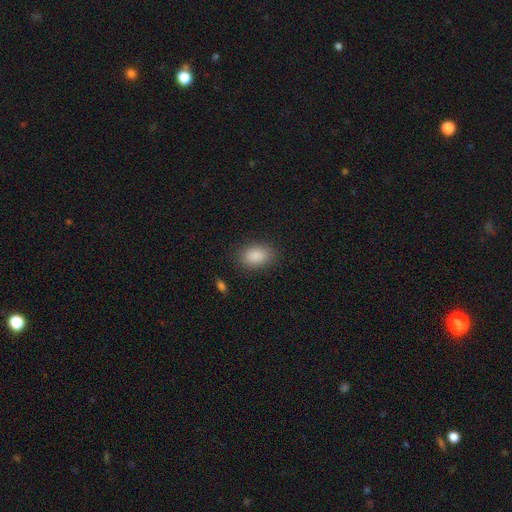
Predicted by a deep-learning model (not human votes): smooth_or_featured: smooth (p=0.88) [alt: star or artifact p=0.08]
how_rounded: in between (p=0.83) [alt: round p=0.16]
merging: none (p=0.84) [alt: minor disturbance p=0.11]